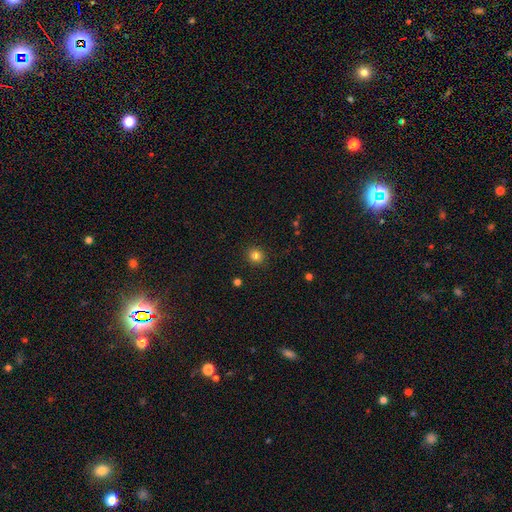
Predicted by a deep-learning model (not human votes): Smooth or featured? Predicted: smooth (p=0.82). How rounded? Predicted: round (p=0.90). Merging? Predicted: none (p=0.92).